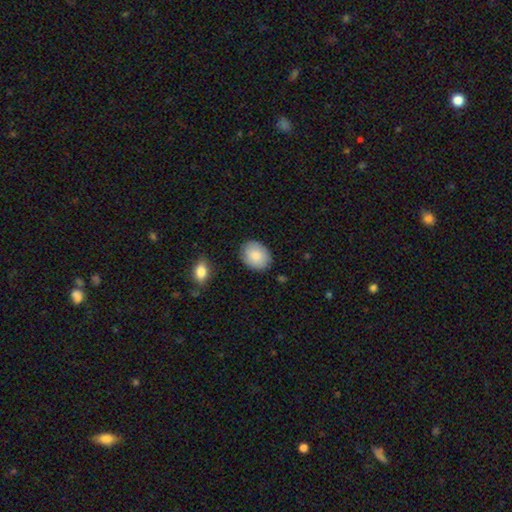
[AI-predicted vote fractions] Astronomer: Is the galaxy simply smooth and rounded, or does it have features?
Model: smooth — 85%.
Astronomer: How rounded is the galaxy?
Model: in between — 62% (runner-up: round, 37%).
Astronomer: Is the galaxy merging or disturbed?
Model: none — 84%.